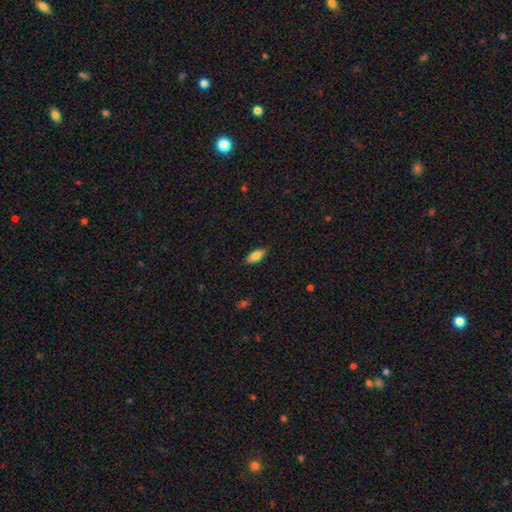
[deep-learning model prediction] Smooth or featured? smooth (82%)
How rounded? in between (83%)
Merging? none (81%)